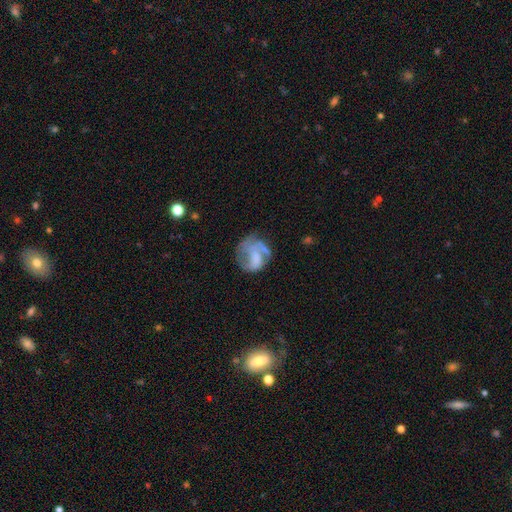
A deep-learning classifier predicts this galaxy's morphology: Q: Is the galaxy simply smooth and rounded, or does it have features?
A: featured or disk — 53%.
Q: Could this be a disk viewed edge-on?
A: no — 98%.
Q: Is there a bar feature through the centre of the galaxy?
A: no — 67%.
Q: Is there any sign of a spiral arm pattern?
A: yes — 58%.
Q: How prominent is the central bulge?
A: none — 46%.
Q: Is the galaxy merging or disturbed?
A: none — 43%.